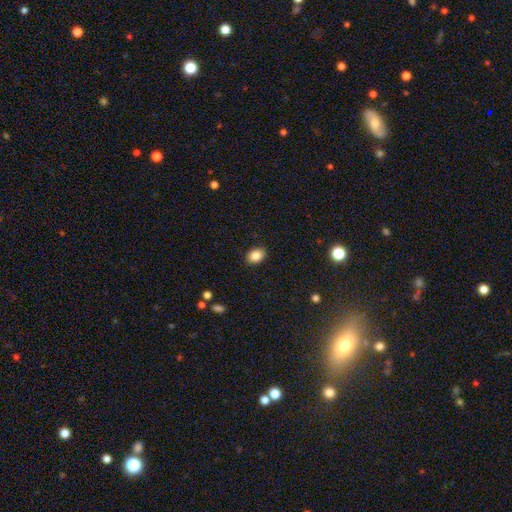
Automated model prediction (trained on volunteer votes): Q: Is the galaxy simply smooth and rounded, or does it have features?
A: smooth — 85%.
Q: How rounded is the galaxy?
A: in between — 68%.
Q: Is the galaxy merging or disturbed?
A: none — 88%.